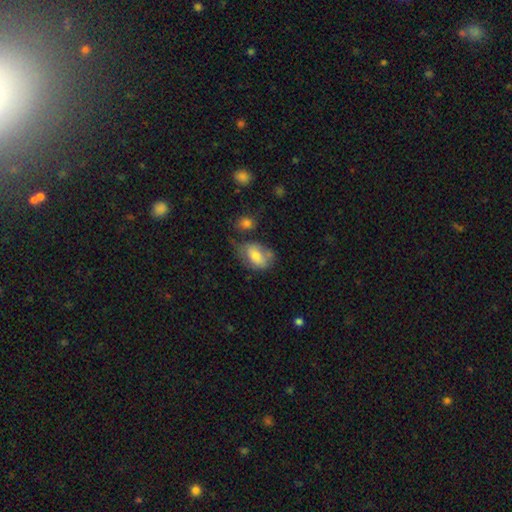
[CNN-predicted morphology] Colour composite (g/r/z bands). It shows a smooth galaxy with no disk features (69%) that is in between round and cigar-shaped (82%). Merging: none (41%).